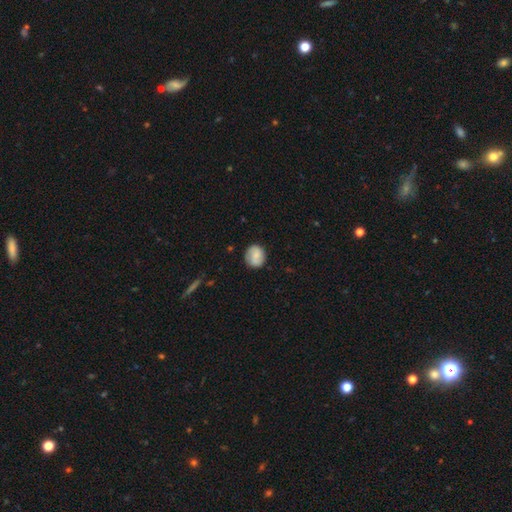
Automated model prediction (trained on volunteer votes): This is likely a smooth galaxy (66%). How rounded: likely round (77%). Merging: clearly none (80%).